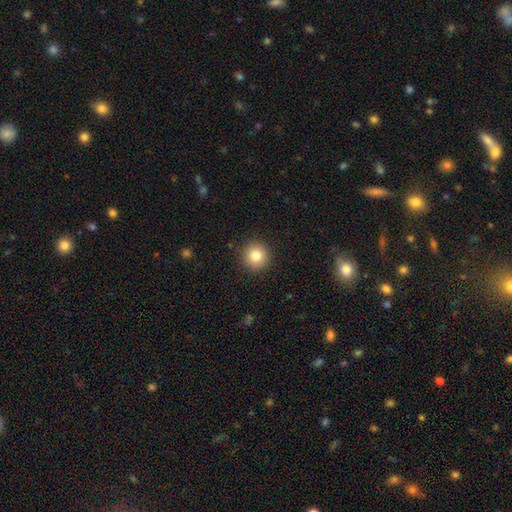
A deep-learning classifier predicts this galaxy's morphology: A smooth galaxy with no disk features (82%) that is round (94%). Merging: none (91%).